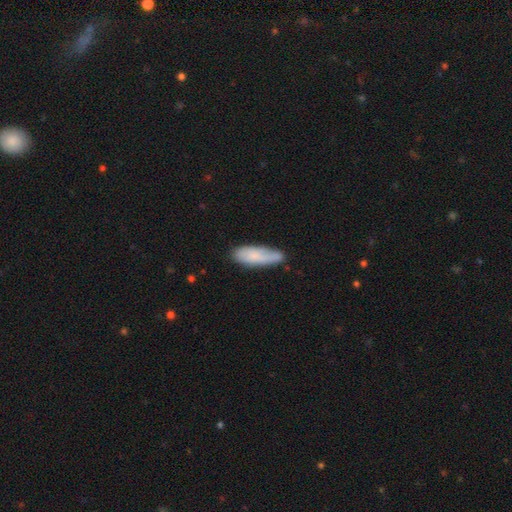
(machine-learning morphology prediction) Overall: smooth (77%). How rounded: in between (55%; cigar-shaped 43%). Merging: none (66%).